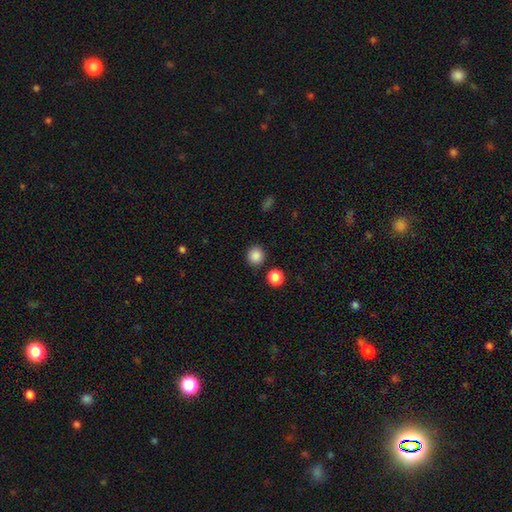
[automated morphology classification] Smooth or featured? smooth (87%)
How rounded? round (90%)
Merging? none (88%)